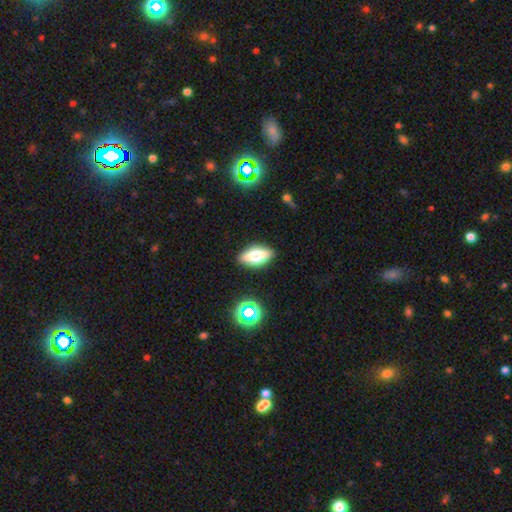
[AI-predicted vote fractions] smooth-or-featured: smooth: 59% | featured or disk: 31% | star or artifact: 10%
  how-rounded: in between: 77% | cigar-shaped: 19% | round: 4%
  merging: none: 87% | minor disturbance: 9% | major disturbance: 2% | merger: 2%